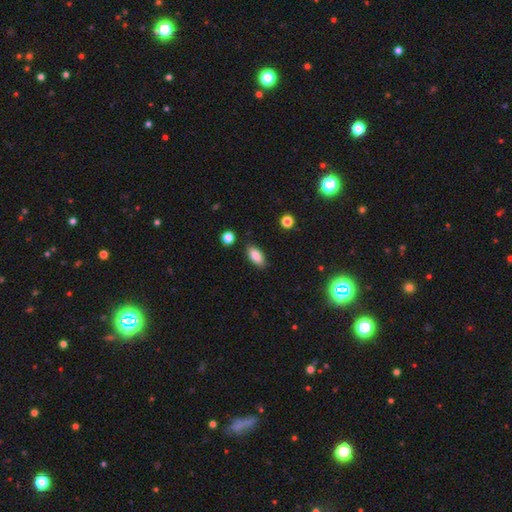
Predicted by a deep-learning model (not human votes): Morphology: type=smooth (85%); roundness=in between (86%); merging=none (86%).